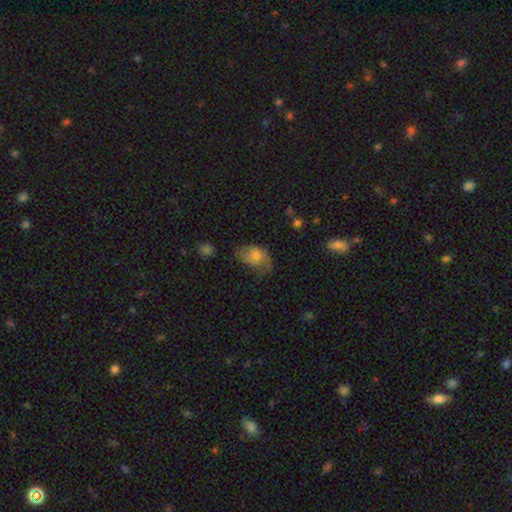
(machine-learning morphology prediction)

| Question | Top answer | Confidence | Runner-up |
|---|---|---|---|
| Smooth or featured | smooth | 60% | featured or disk (30%) |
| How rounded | in between | 83% | round (15%) |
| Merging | none | 40% | minor disturbance (34%) |